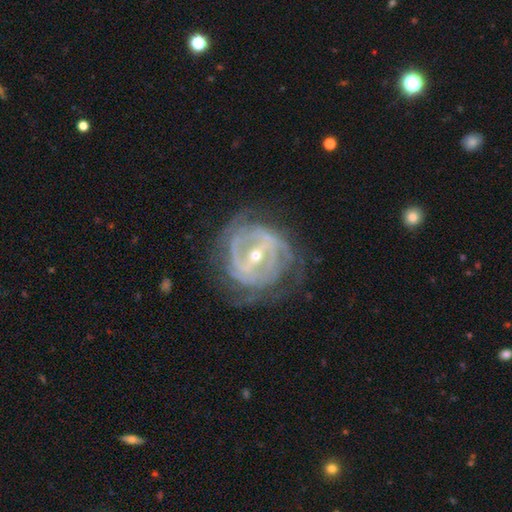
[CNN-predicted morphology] Smooth or featured: featured or disk — 90% (star or artifact — 5%)
Edge-on disk: no — 96% (yes — 4%)
Bar: strong — 56% (weak — 34%)
Spiral arms: yes — 93% (no — 7%)
Spiral winding: tight — 64% (medium — 29%)
Spiral arm count: can't tell — 33% (2 — 22%)
Bulge size: small — 61% (moderate — 36%)
Merging: none — 68% (minor disturbance — 19%)